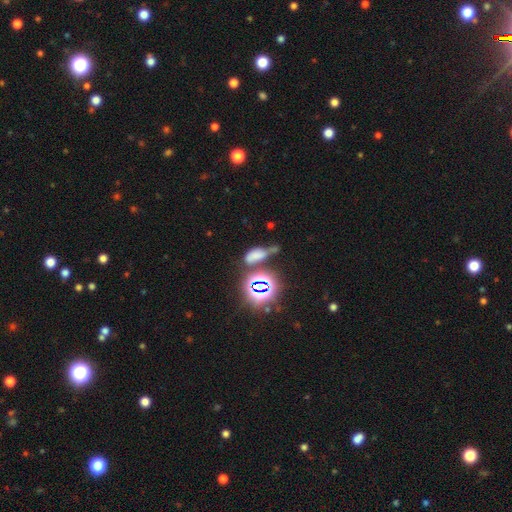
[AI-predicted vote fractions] Smooth or featured?
  - smooth: 53% *
  - star or artifact: 33%
  - featured or disk: 14%
How rounded?
  - in between: 77% *
  - round: 12%
  - cigar-shaped: 11%
Merging?
  - none: 40% *
  - merger: 25%
  - minor disturbance: 21%
  - major disturbance: 15%